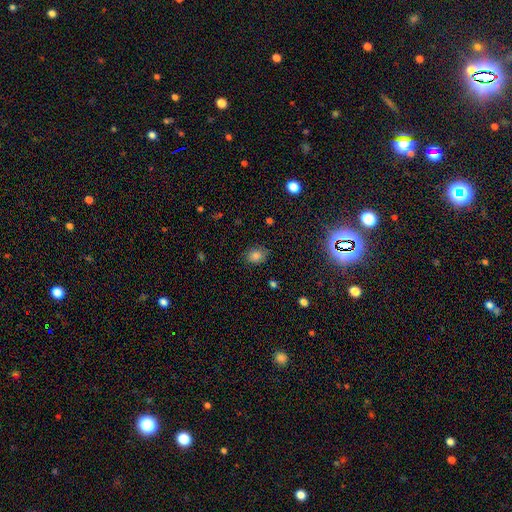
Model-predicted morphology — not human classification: The model was most divided on "how rounded": round: 56%, in between: 43%, cigar-shaped: 1%. More confident: merging — none (80%); smooth or featured — smooth (79%).